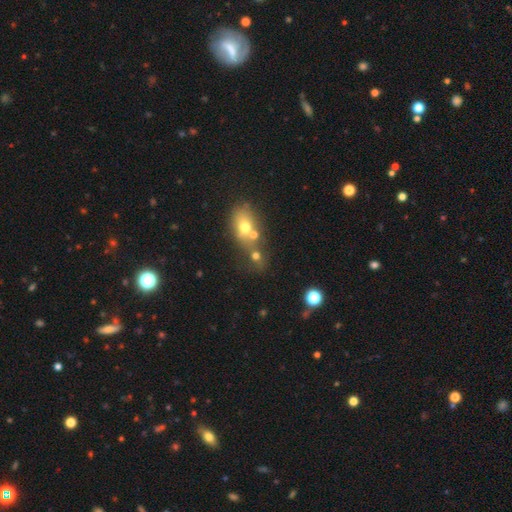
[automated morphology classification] This is likely a smooth galaxy (62%). How rounded: possibly round (57%). Merging: possibly merger (49%).